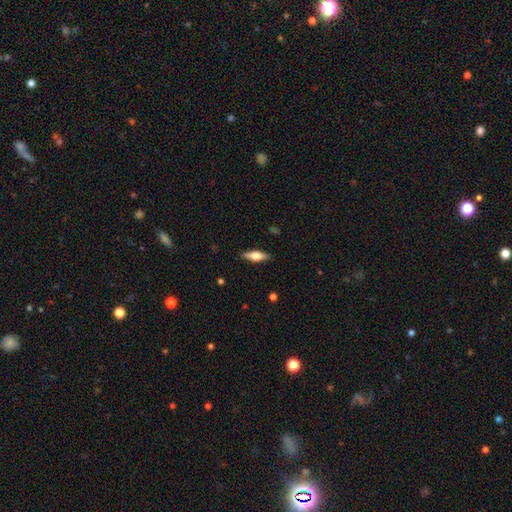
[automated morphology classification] A smooth galaxy with no disk features (49%).

Vote fractions:
- Smooth or featured? smooth: 49% / featured or disk: 44% / star or artifact: 7%
- Merging? none: 88% / minor disturbance: 9% / major disturbance: 2% / merger: 1%